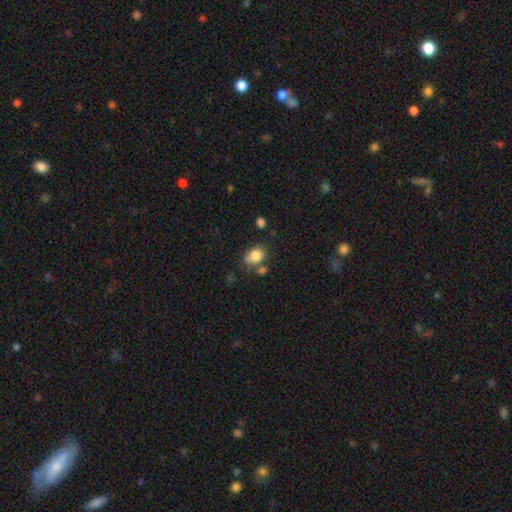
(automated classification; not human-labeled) A smooth galaxy with no disk features (83%) that is in between round and cigar-shaped (64%). Merging: none (55%).